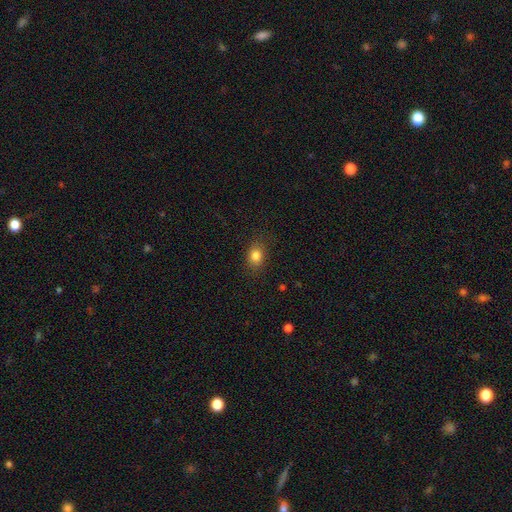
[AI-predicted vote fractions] A smooth galaxy with no disk features (83%) that is in between round and cigar-shaped (59%). Merging: none (84%).